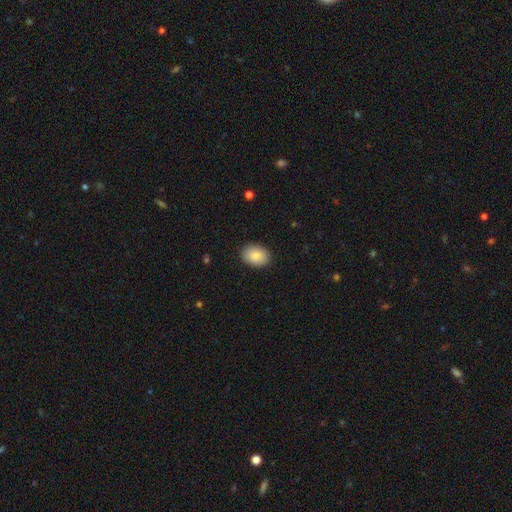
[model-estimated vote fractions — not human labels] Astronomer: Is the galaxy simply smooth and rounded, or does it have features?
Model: smooth — 88%.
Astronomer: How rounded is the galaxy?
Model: in between — 78%.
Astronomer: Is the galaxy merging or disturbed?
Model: none — 89%.